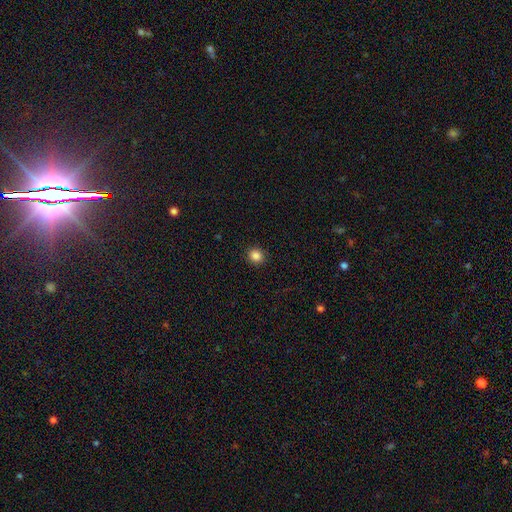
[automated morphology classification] This appears to be a smooth galaxy with no disk features (86%) that is round (88%). Merging: none (92%).